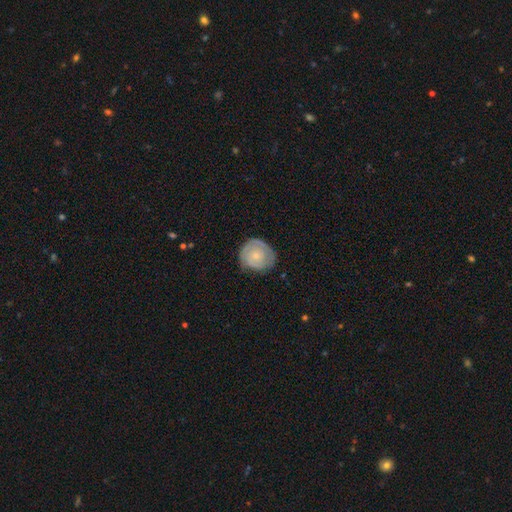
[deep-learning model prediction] The model was most divided on "spiral arm count": 2: 38%, can't tell: 32%, 1: 12%, 3: 11%, 4: 3%, more than 4: 3%. More confident: edge-on disk — no (98%); spiral arms — yes (84%); bar — no (82%); bulge size — small (74%); merging — none (73%); spiral winding — tight (72%); smooth or featured — featured or disk (64%).